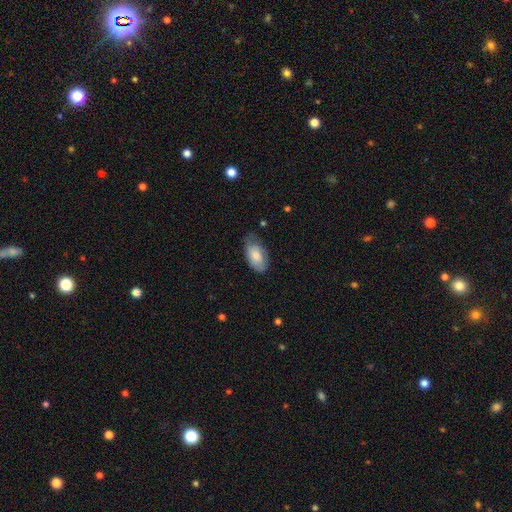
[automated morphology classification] Smooth or featured: smooth — 77% (featured or disk — 17%)
How rounded: in between — 94% (round — 3%)
Merging: none — 60% (minor disturbance — 32%)